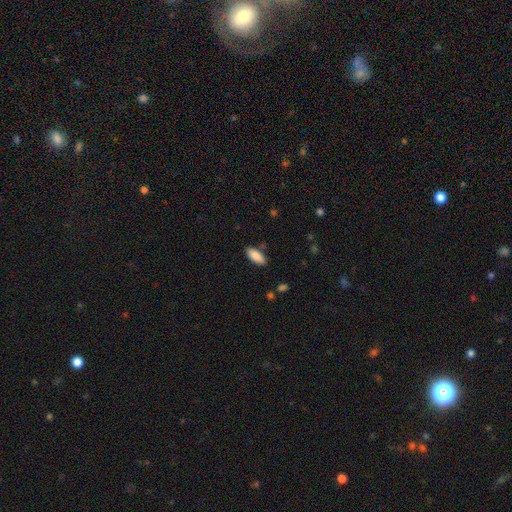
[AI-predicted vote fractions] Smooth or featured? Predicted: smooth (p=0.89). How rounded? Predicted: in between (p=0.84). Merging? Predicted: none (p=0.85).